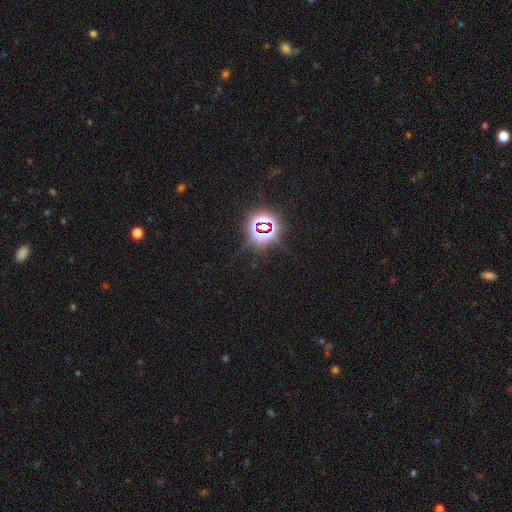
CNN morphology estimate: smooth-or-featured: star or artifact: 80% | smooth: 13% | featured or disk: 7%